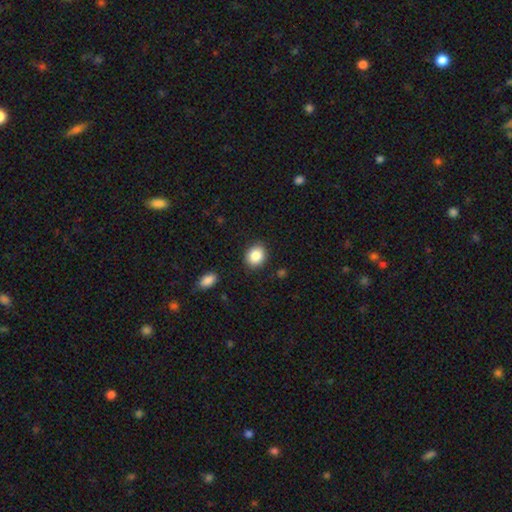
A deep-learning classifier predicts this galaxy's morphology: Smooth or featured? Predicted: smooth (p=0.87). How rounded? Predicted: round (p=0.61). Merging? Predicted: none (p=0.87).